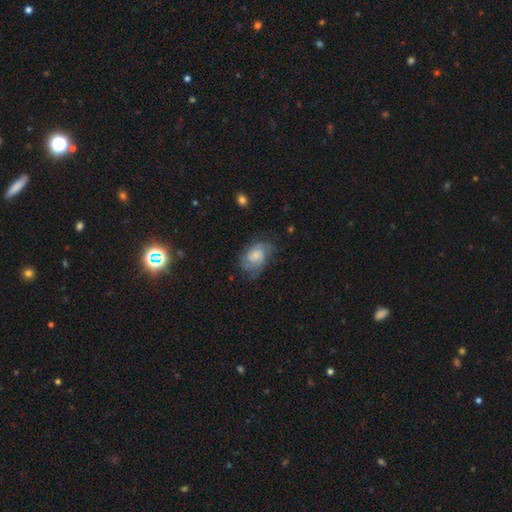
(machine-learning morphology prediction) The model was most divided on "bulge size": small: 33%, moderate: 32%, none: 17%, large: 15%, dominant: 3%. Remaining: edge-on disk — no (97%); spiral arms — yes (87%); bar — no (71%); smooth or featured — featured or disk (60%); merging — none (58%); spiral winding — medium (43%); spiral arm count — 2 (35%).